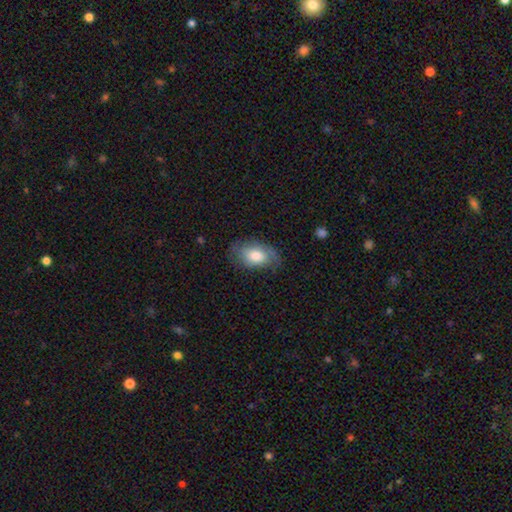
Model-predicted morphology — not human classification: Q: Smooth or featured?
A: smooth (64%); runner-up: featured or disk (29%)
Q: How rounded?
A: in between (90%); runner-up: round (8%)
Q: Merging?
A: none (68%); runner-up: minor disturbance (23%)